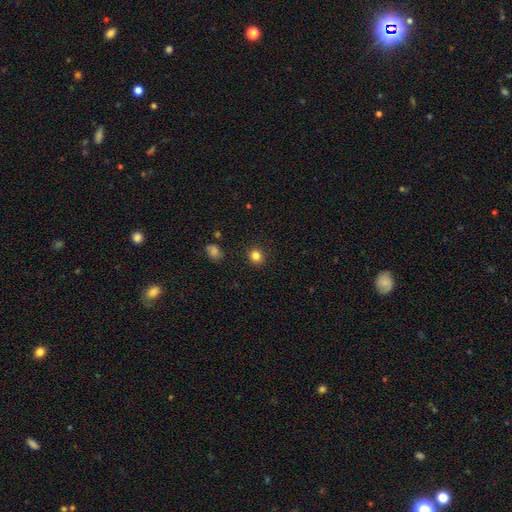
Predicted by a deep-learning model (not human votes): Q: Smooth or featured?
A: smooth (83%); runner-up: star or artifact (12%)
Q: How rounded?
A: round (86%); runner-up: in between (13%)
Q: Merging?
A: none (91%); runner-up: minor disturbance (6%)